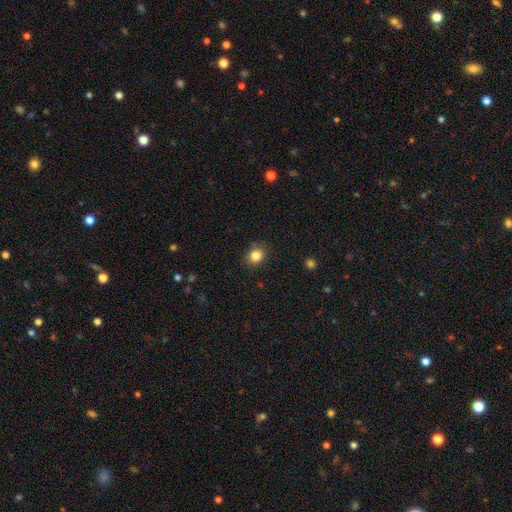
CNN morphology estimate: The model was most divided on "how rounded": round: 65%, in between: 34%, cigar-shaped: 1%. More confident: merging — none (84%); smooth or featured — smooth (84%).